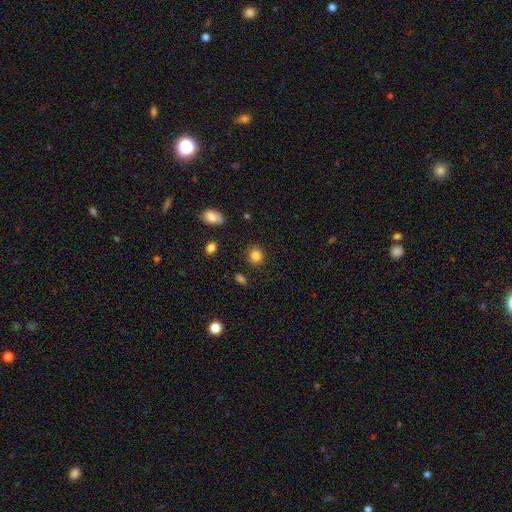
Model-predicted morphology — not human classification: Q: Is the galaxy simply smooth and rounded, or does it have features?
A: smooth — 85%.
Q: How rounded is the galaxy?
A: round — 78%.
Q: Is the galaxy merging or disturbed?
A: none — 87%.